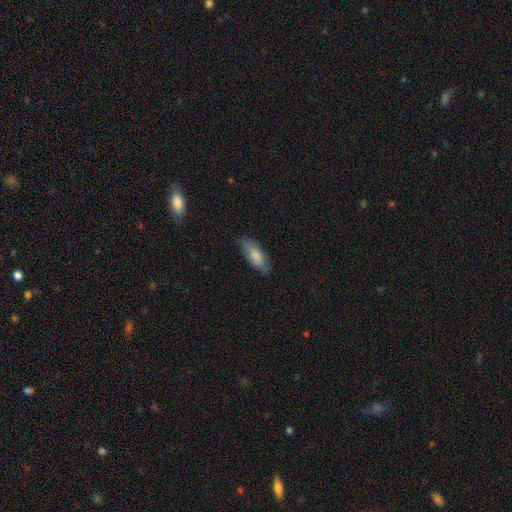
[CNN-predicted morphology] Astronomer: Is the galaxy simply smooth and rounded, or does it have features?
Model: smooth — 82%.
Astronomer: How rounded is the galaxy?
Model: in between — 71%.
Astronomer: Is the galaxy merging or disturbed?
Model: none — 81%.